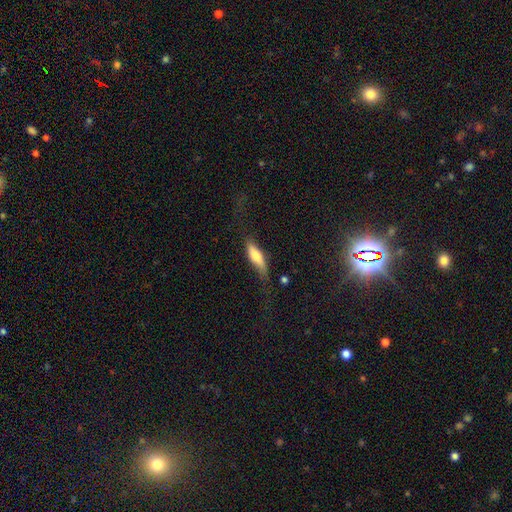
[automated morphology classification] A smooth galaxy with no disk features (62%) that is cigar-shaped (58%).

Vote fractions:
- Smooth or featured? smooth: 62% / featured or disk: 33% / star or artifact: 6%
- How rounded? cigar-shaped: 58% / in between: 40% / round: 2%
- Merging? none: 61% / minor disturbance: 24% / major disturbance: 12% / merger: 2%